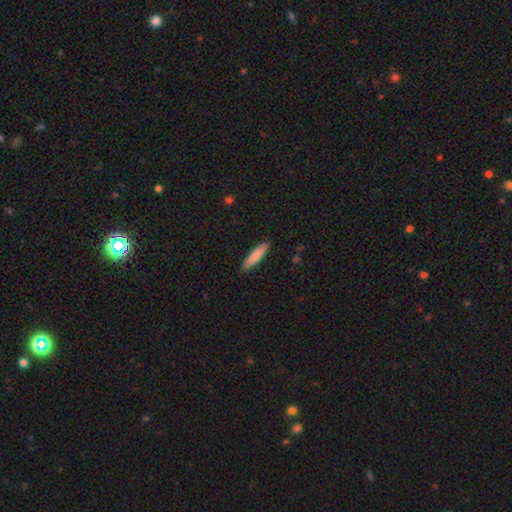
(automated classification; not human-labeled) smooth 81%, featured or disk 14%, star or artifact 6%. Down the decision tree: how rounded — cigar-shaped (85%); merging — none (90%).